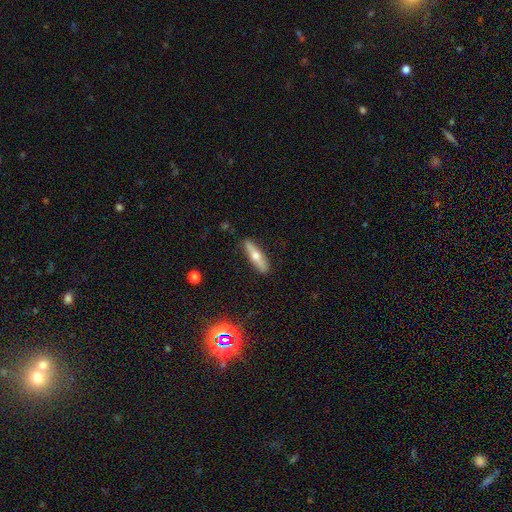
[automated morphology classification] type=smooth (51%); roundness=cigar-shaped (72%); merging=none (87%).